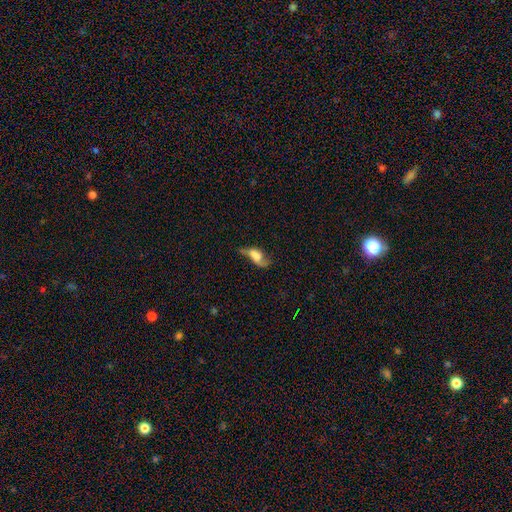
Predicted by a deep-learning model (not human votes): The model was most divided on "merging": none: 32%, major disturbance: 28%, minor disturbance: 23%, merger: 17%. Remaining: smooth or featured — featured or disk (49%).